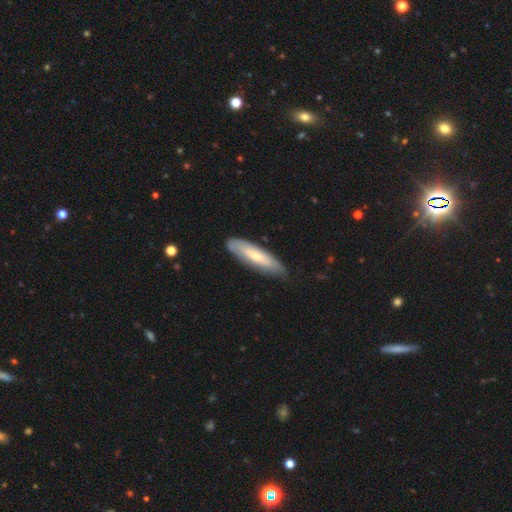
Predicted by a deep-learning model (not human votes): smooth_or_featured: smooth (p=0.53) [alt: featured or disk p=0.41]
how_rounded: cigar-shaped (p=0.63) [alt: in between p=0.35]
merging: none (p=0.77) [alt: minor disturbance p=0.18]